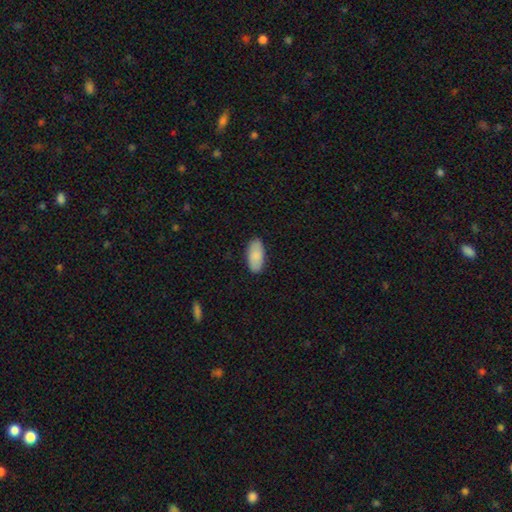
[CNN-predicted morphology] A smooth galaxy with no disk features (86%) that is in between round and cigar-shaped (92%).

Vote fractions:
- Smooth or featured? smooth: 86% / featured or disk: 8% / star or artifact: 6%
- How rounded? in between: 92% / cigar-shaped: 6% / round: 2%
- Merging? none: 87% / minor disturbance: 10% / major disturbance: 2% / merger: 1%